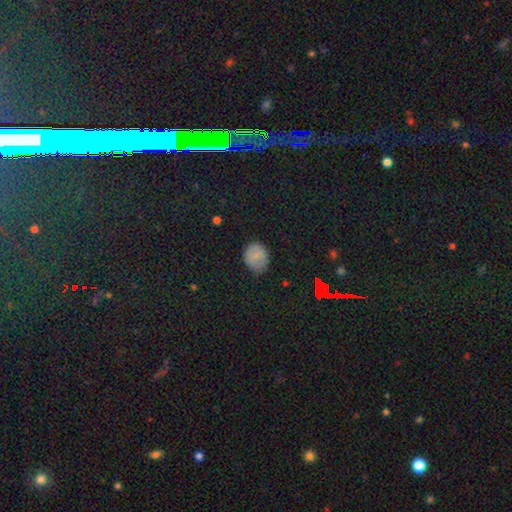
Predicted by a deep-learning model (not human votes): Smooth or featured? Predicted: smooth (p=0.73). How rounded? Predicted: round (p=0.64). Merging? Predicted: none (p=0.73).